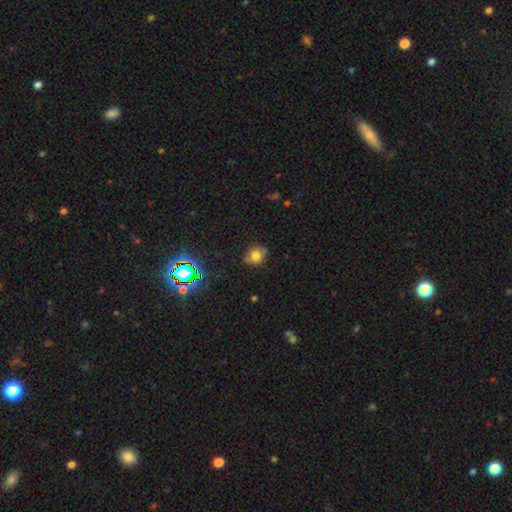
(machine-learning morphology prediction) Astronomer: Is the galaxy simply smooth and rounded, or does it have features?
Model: smooth — 69%.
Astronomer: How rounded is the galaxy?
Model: round — 75%.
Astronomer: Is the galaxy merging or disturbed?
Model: none — 70%.